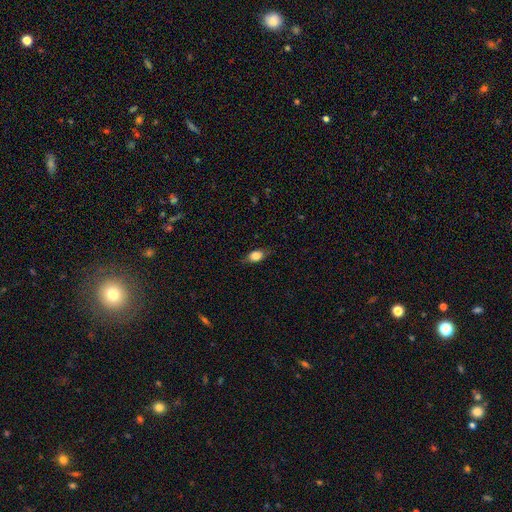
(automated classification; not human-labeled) Smooth or featured? smooth (80%)
How rounded? in between (78%)
Merging? none (76%)